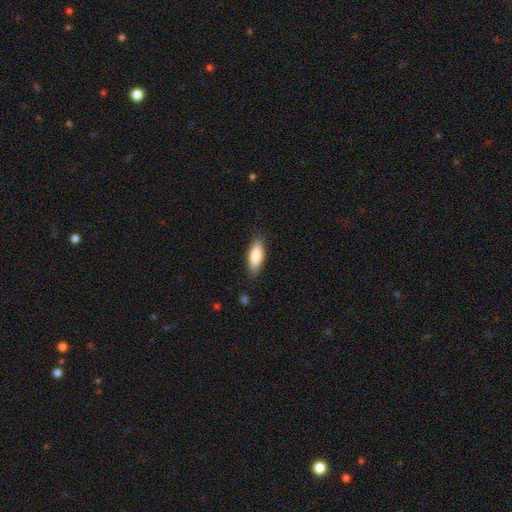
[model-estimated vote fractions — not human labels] This appears to be a smooth galaxy with no disk features (82%) that is in between round and cigar-shaped (71%). Merging: none (85%).